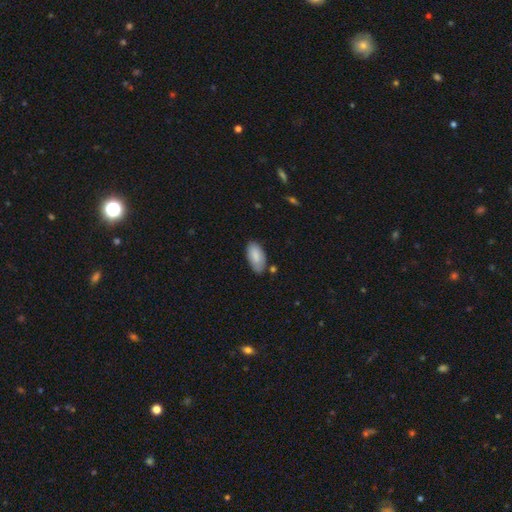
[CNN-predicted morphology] Smooth or featured: smooth — 85% (featured or disk — 9%)
How rounded: in between — 94% (cigar-shaped — 4%)
Merging: none — 76% (minor disturbance — 18%)